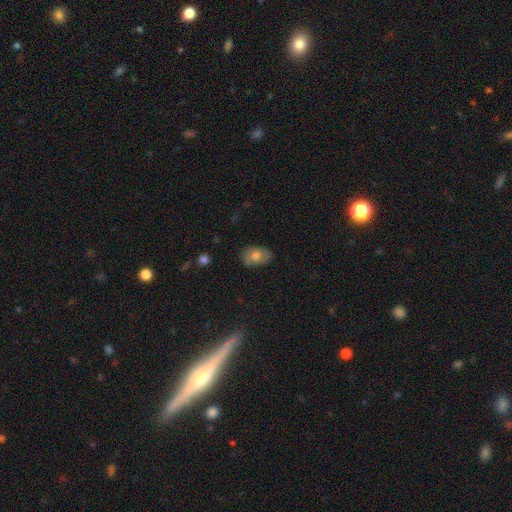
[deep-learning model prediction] Smooth or featured?
  - smooth: 71% *
  - featured or disk: 21%
  - star or artifact: 8%
How rounded?
  - in between: 85% *
  - round: 14%
  - cigar-shaped: 1%
Merging?
  - none: 77% *
  - minor disturbance: 18%
  - major disturbance: 4%
  - merger: 1%